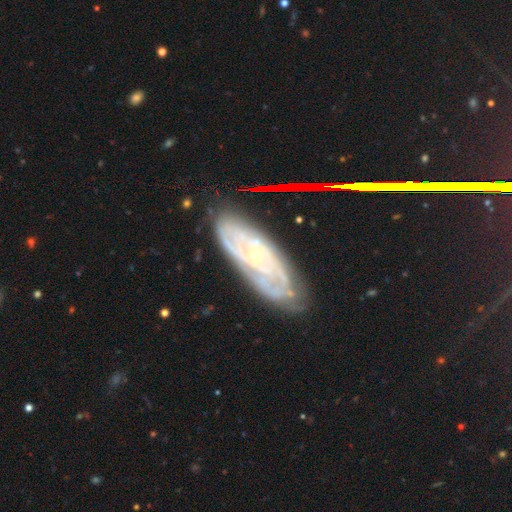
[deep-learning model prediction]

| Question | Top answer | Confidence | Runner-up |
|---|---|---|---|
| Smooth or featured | featured or disk | 80% | smooth (12%) |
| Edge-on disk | no | 85% | yes (15%) |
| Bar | no | 71% | weak (21%) |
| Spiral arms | yes | 89% | no (11%) |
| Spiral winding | tight | 72% | medium (22%) |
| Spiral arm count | can't tell | 51% | 2 (19%) |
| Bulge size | small | 82% | moderate (14%) |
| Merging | none | 77% | minor disturbance (17%) |